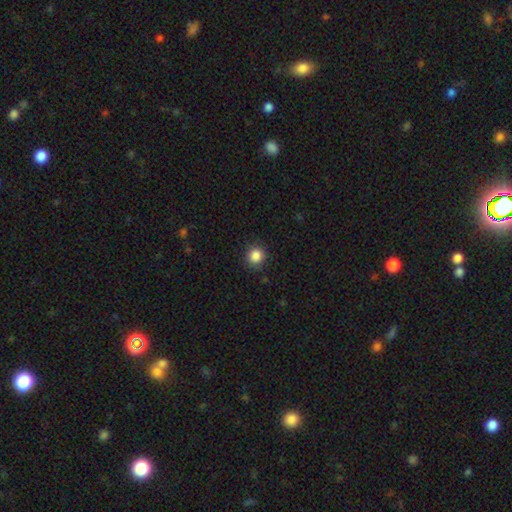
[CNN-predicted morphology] type=smooth (86%); roundness=round (89%); merging=none (88%).